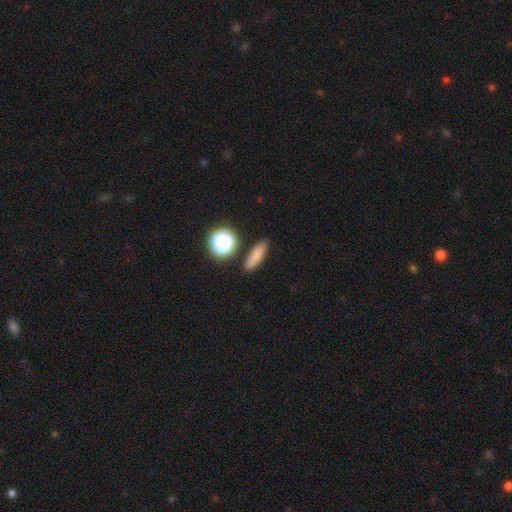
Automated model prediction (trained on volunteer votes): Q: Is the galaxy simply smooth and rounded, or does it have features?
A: smooth — 77%.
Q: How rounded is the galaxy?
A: cigar-shaped — 44%.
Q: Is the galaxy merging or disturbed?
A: none — 84%.